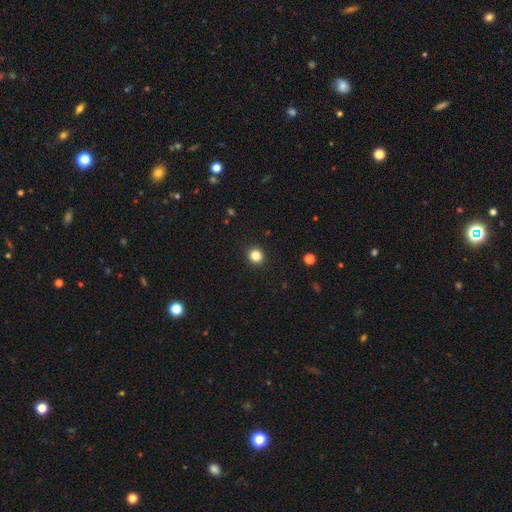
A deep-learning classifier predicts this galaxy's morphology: Q: Smooth or featured?
A: smooth (83%); runner-up: star or artifact (12%)
Q: How rounded?
A: round (88%); runner-up: in between (11%)
Q: Merging?
A: none (92%); runner-up: minor disturbance (5%)